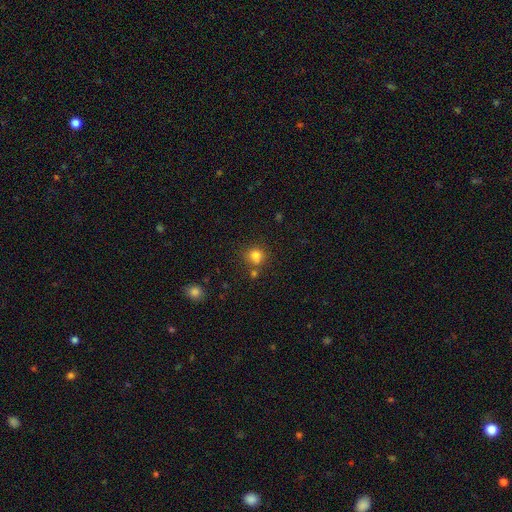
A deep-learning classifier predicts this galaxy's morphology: This is likely a smooth galaxy (80%). How rounded: clearly round (84%). Merging: likely none (65%).